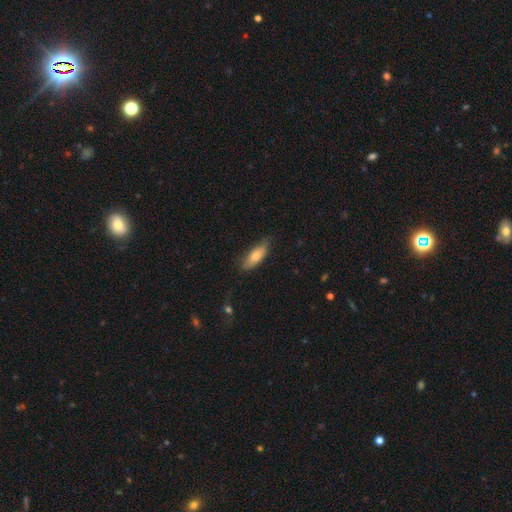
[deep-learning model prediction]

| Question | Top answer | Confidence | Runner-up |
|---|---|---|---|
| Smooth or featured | smooth | 70% | featured or disk (23%) |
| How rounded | in between | 55% | cigar-shaped (43%) |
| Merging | none | 75% | minor disturbance (21%) |